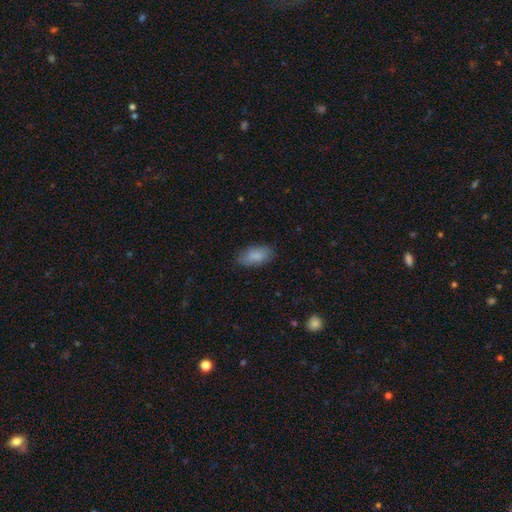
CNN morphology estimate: A smooth galaxy with no disk features (87%) that is in between round and cigar-shaped (91%).

Vote fractions:
- Smooth or featured? smooth: 87% / featured or disk: 7% / star or artifact: 7%
- How rounded? in between: 91% / cigar-shaped: 6% / round: 3%
- Merging? none: 82% / minor disturbance: 13% / major disturbance: 3% / merger: 1%